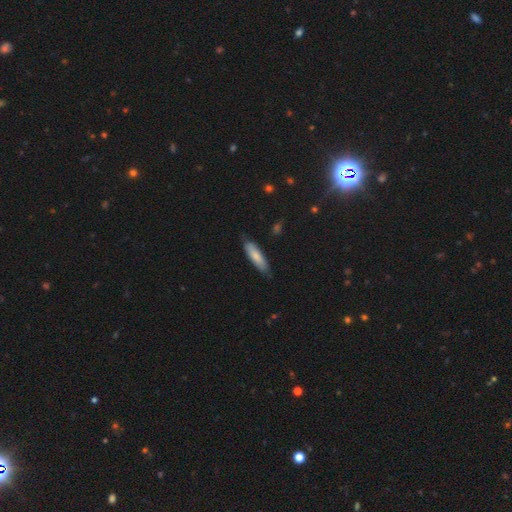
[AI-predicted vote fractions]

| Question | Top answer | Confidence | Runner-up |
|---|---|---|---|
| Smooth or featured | smooth | 78% | featured or disk (17%) |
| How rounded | cigar-shaped | 62% | in between (36%) |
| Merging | none | 78% | minor disturbance (18%) |